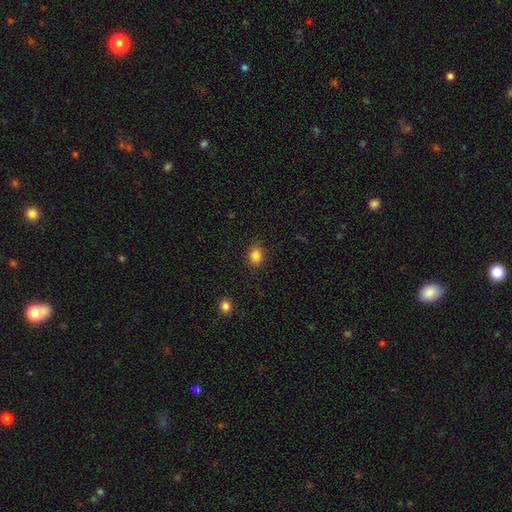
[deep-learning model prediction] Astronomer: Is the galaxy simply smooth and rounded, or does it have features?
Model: smooth — 84%.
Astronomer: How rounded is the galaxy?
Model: round — 67%.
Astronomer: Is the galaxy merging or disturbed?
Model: none — 88%.